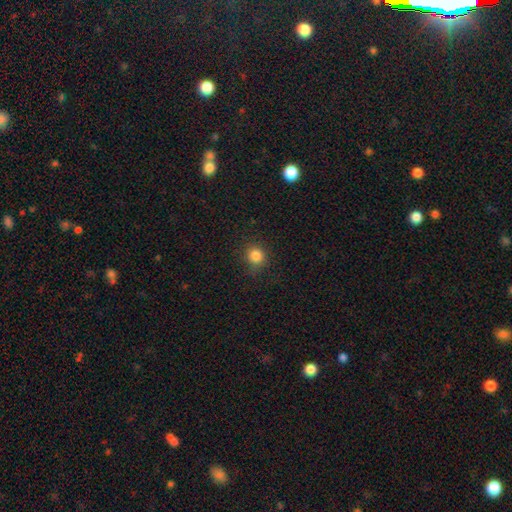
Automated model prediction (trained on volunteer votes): Smooth or featured? Predicted: smooth (p=0.83). How rounded? Predicted: round (p=0.88). Merging? Predicted: none (p=0.85).